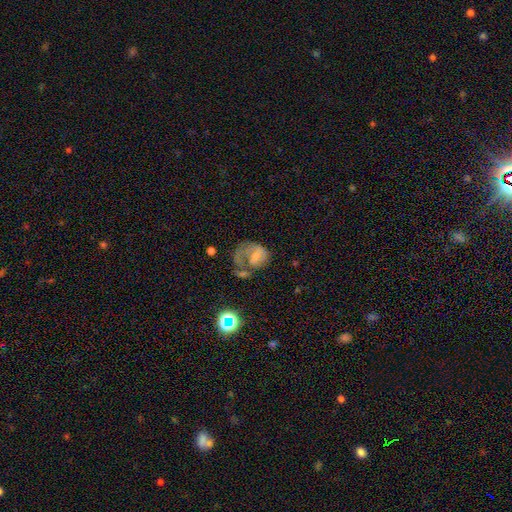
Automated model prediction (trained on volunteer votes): Smooth or featured?
  - featured or disk: 53% *
  - smooth: 34%
  - star or artifact: 13%
Edge-on disk?
  - no: 98% *
  - yes: 2%
Bar?
  - no: 63% *
  - weak: 30%
  - strong: 7%
Spiral arms?
  - yes: 57% *
  - no: 43%
Bulge size?
  - small: 40% *
  - moderate: 27%
  - none: 25%
  - large: 5%
  - dominant: 2%
Merging?
  - major disturbance: 47% *
  - none: 23%
  - minor disturbance: 17%
  - merger: 12%